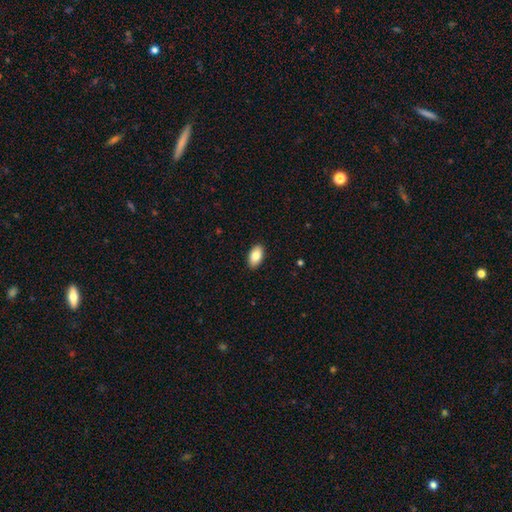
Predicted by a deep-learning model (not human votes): smooth_or_featured: smooth (p=0.84) [alt: featured or disk p=0.09]
how_rounded: in between (p=0.94) [alt: round p=0.04]
merging: none (p=0.90) [alt: minor disturbance p=0.07]